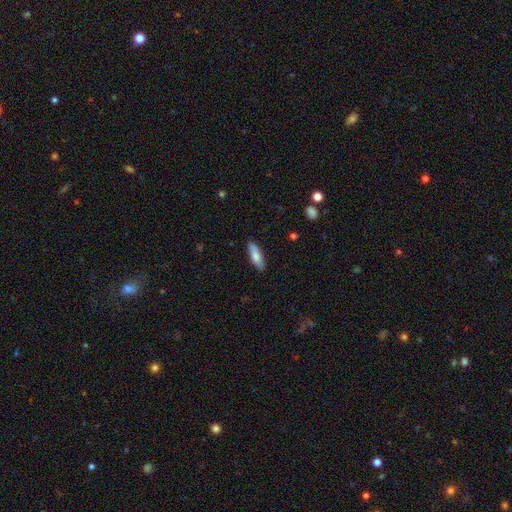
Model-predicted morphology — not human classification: A smooth galaxy with no disk features (79%) that is in between round and cigar-shaped (52%). Merging: none (86%).